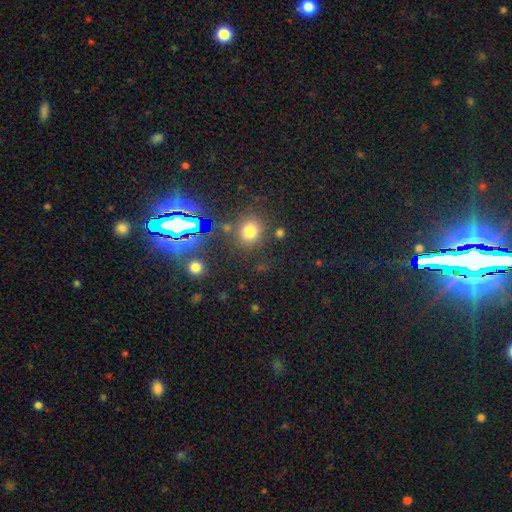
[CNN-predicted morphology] A star or artifact, not a galaxy (65%).